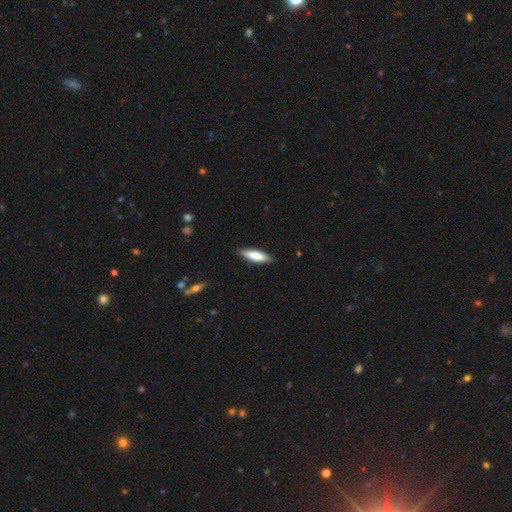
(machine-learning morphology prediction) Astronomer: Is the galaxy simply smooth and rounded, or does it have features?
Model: smooth — 79%.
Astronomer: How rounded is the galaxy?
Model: cigar-shaped — 60% (runner-up: in between, 39%).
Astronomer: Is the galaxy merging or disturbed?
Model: none — 88%.